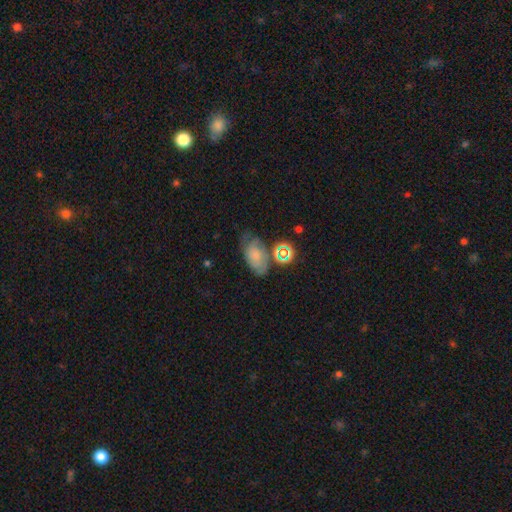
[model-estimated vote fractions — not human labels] A smooth galaxy with no disk features (56%) that is in between round and cigar-shaped (85%). Merging: none (51%).